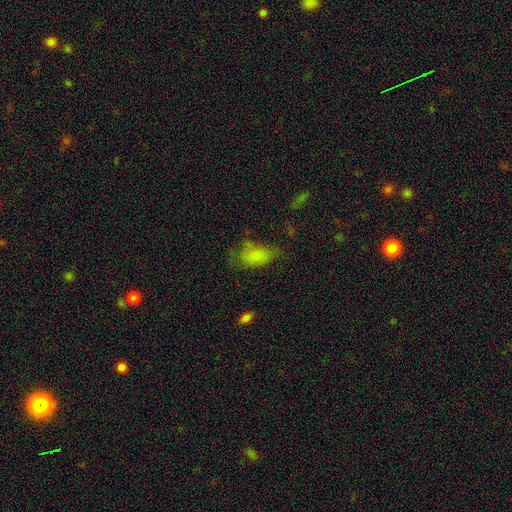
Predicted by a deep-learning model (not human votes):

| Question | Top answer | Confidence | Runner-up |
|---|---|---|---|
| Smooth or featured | smooth | 75% | featured or disk (14%) |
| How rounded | in between | 90% | round (7%) |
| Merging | none | 39% | minor disturbance (31%) |